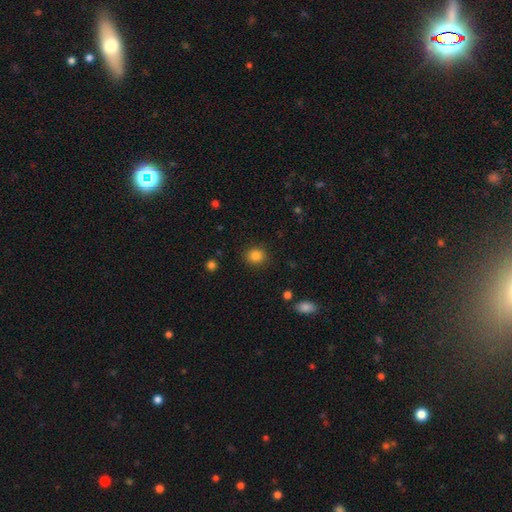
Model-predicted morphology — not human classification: smooth 84%, star or artifact 11%, featured or disk 5%. Down the decision tree: how rounded — round (83%); merging — none (90%).